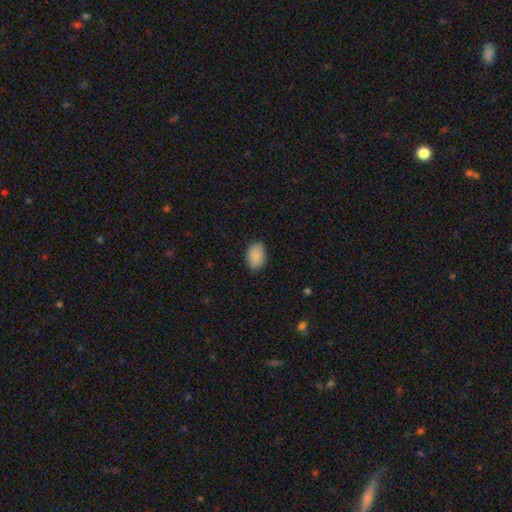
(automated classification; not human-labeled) Smooth or featured? Predicted: smooth (p=0.88). How rounded? Predicted: in between (p=0.83). Merging? Predicted: none (p=0.82).